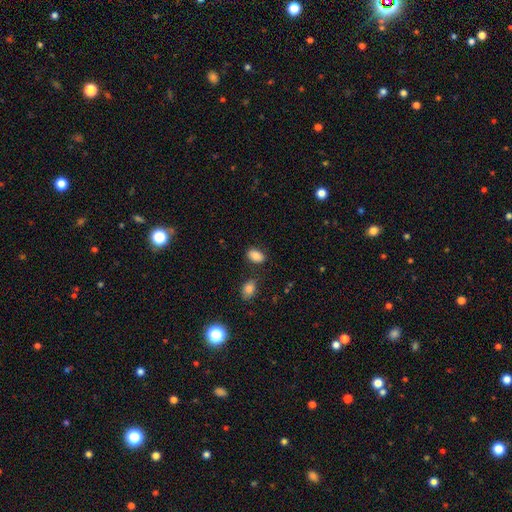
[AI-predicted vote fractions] Smooth or featured: smooth — 85% (star or artifact — 8%)
How rounded: in between — 88% (round — 10%)
Merging: none — 81% (minor disturbance — 11%)